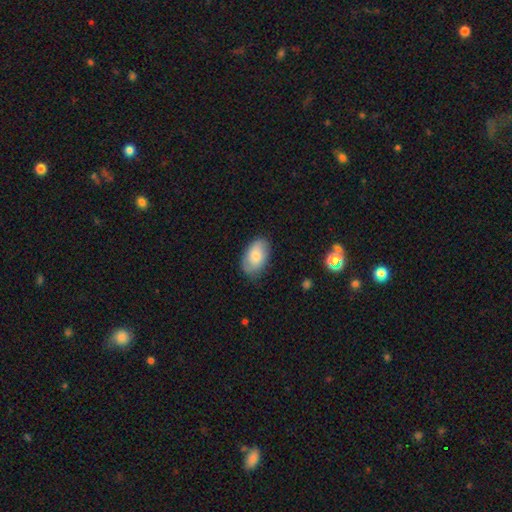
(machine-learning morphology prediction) Smooth or featured?
  - smooth: 74% *
  - featured or disk: 19%
  - star or artifact: 7%
How rounded?
  - in between: 93% *
  - round: 6%
  - cigar-shaped: 1%
Merging?
  - none: 80% *
  - minor disturbance: 16%
  - major disturbance: 3%
  - merger: 1%